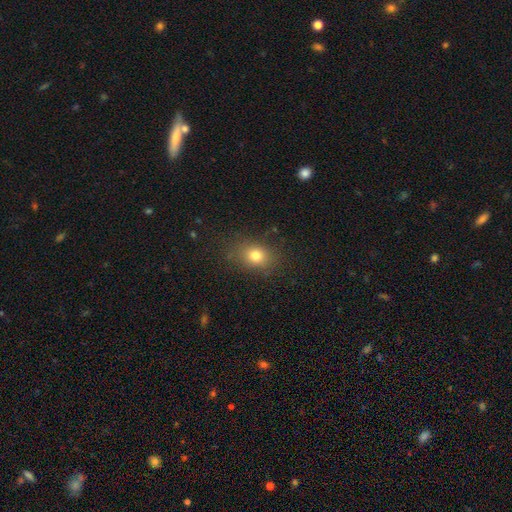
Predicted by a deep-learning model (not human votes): Q: Smooth or featured?
A: smooth (78%); runner-up: star or artifact (13%)
Q: How rounded?
A: in between (54%); runner-up: round (44%)
Q: Merging?
A: none (82%); runner-up: minor disturbance (12%)